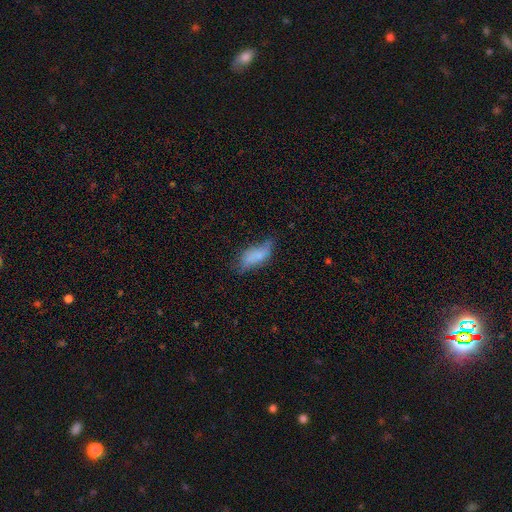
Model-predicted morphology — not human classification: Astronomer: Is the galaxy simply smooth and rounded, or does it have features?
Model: smooth — 68%.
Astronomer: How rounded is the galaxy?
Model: in between — 79%.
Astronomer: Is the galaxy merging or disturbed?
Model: none — 42% (runner-up: minor disturbance, 36%).